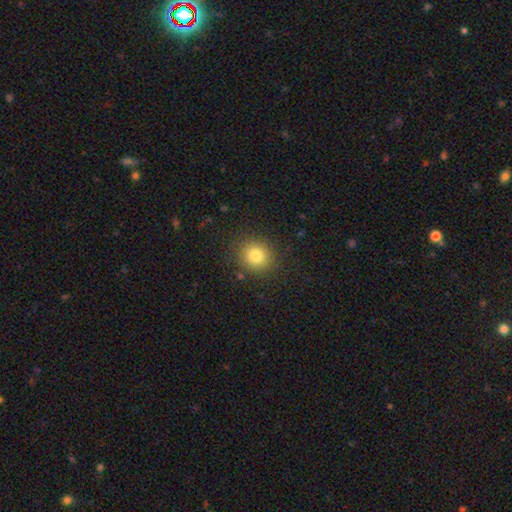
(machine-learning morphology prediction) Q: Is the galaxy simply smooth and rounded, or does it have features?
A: smooth — 80%.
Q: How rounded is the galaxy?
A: round — 81%.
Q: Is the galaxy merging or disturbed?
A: none — 87%.